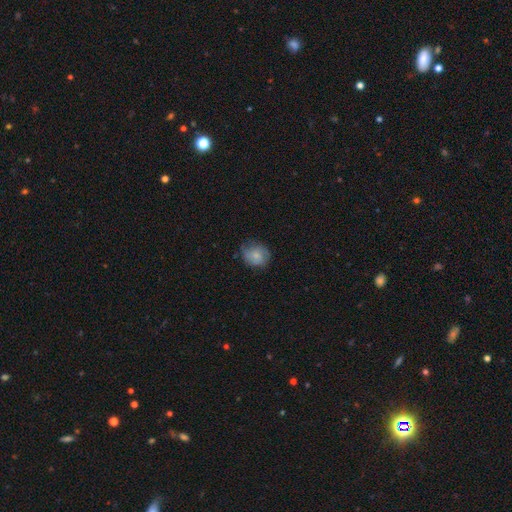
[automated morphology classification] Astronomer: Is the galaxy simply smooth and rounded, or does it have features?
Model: smooth — 69%.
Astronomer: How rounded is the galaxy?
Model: round — 66%.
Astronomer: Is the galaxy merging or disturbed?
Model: none — 66%.